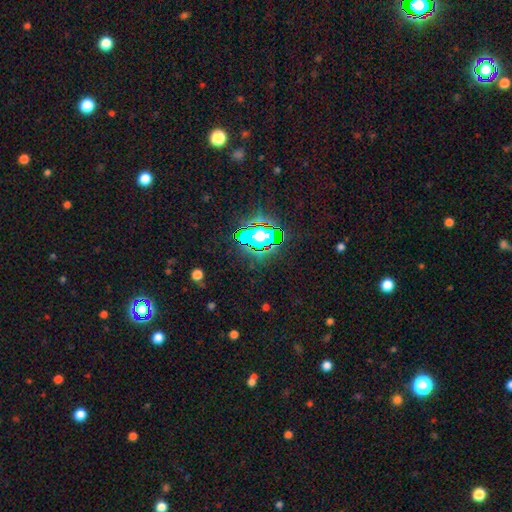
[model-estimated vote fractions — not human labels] A star or artifact, not a galaxy (83%).

Vote fractions:
- Smooth or featured? star or artifact: 83% / smooth: 10% / featured or disk: 7%